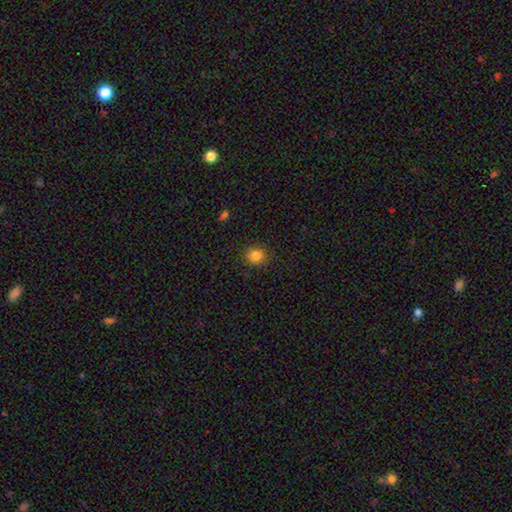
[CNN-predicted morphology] The model was most divided on "how rounded": round: 84%, in between: 15%, cigar-shaped: 1%. More confident: merging — none (89%); smooth or featured — smooth (84%).